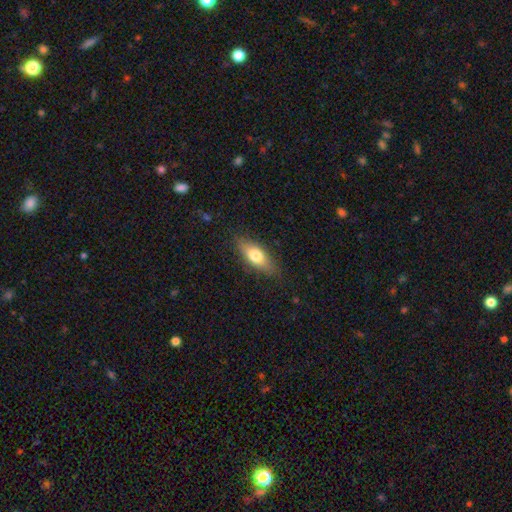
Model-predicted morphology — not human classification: A smooth galaxy with no disk features (71%) that is in between round and cigar-shaped (75%). Merging: none (81%).